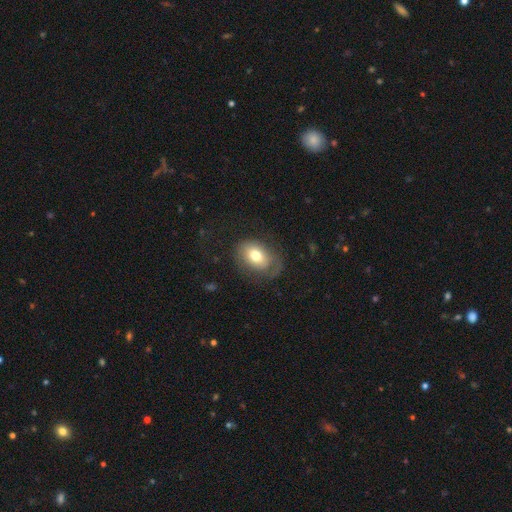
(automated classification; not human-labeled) Smooth or featured? Predicted: smooth (p=0.67). How rounded? Predicted: in between (p=0.77). Merging? Predicted: none (p=0.57).